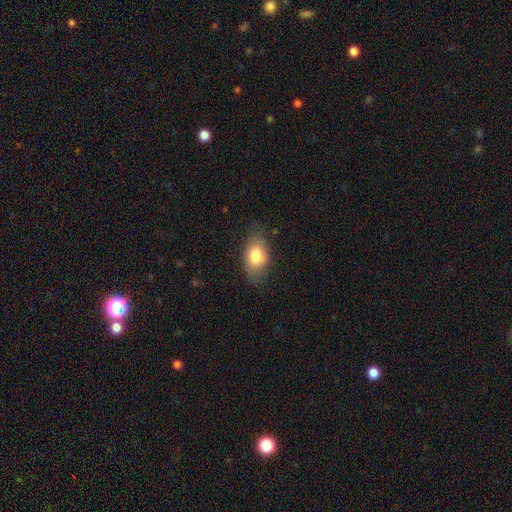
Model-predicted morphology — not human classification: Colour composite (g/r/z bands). It shows a smooth galaxy with no disk features (79%) that is in between round and cigar-shaped (89%). Merging: none (74%).